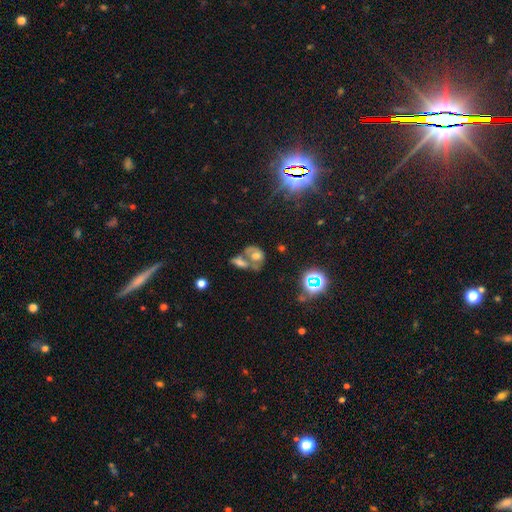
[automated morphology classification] Overall: smooth (46%; featured or disk 35%). Merging: merger (57%; none 22%).